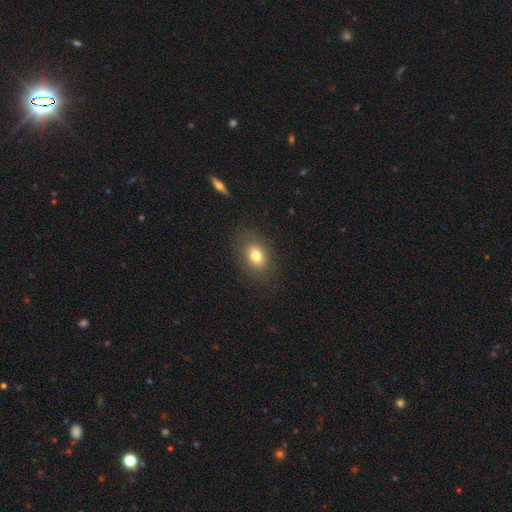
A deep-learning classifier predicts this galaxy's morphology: Smooth or featured? Predicted: smooth (p=0.78). How rounded? Predicted: in between (p=0.74). Merging? Predicted: none (p=0.83).